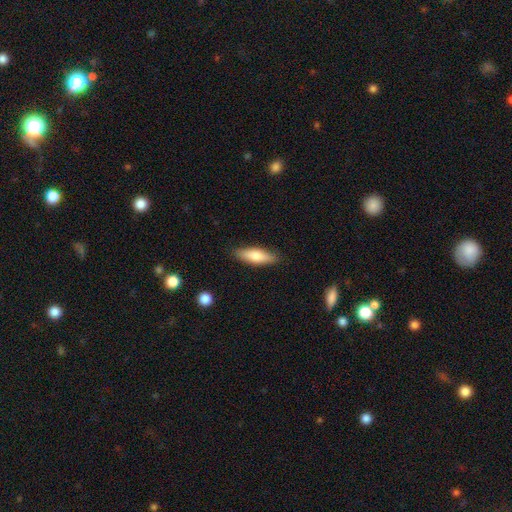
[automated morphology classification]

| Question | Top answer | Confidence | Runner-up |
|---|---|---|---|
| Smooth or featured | smooth | 72% | featured or disk (22%) |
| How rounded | cigar-shaped | 52% | in between (46%) |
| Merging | none | 86% | minor disturbance (10%) |